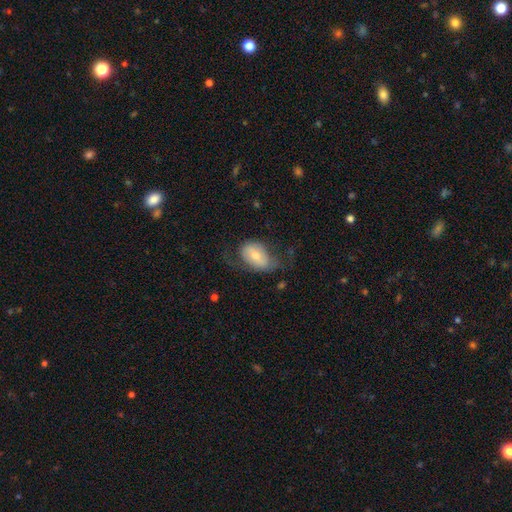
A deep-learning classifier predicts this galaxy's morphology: smooth 49%, featured or disk 44%, star or artifact 7%. Down the decision tree: merging — none (46%).